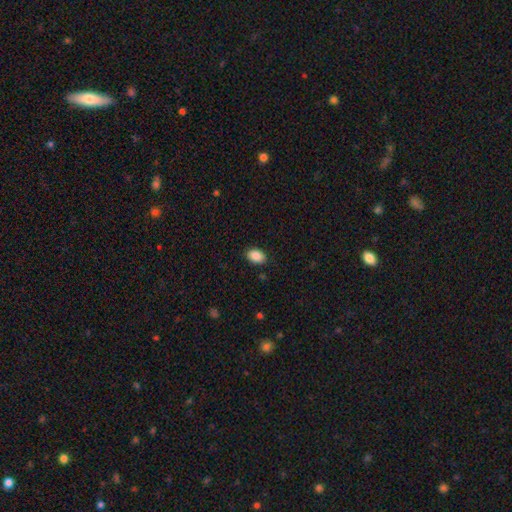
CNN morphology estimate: Q: Smooth or featured?
A: smooth (89%); runner-up: star or artifact (8%)
Q: How rounded?
A: in between (86%); runner-up: round (13%)
Q: Merging?
A: none (87%); runner-up: minor disturbance (10%)